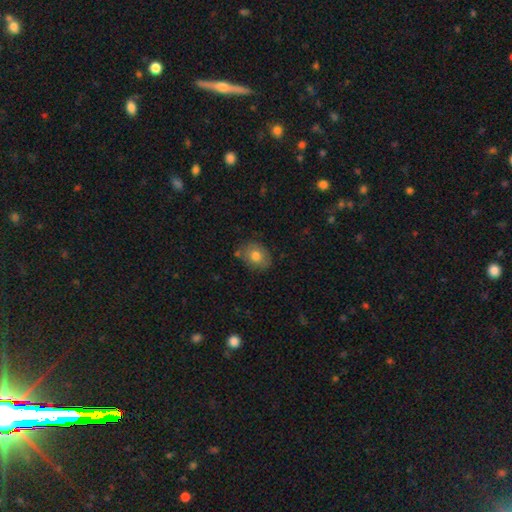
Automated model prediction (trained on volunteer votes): This is likely a smooth galaxy (76%). How rounded: possibly in between (60%). Merging: likely none (76%).